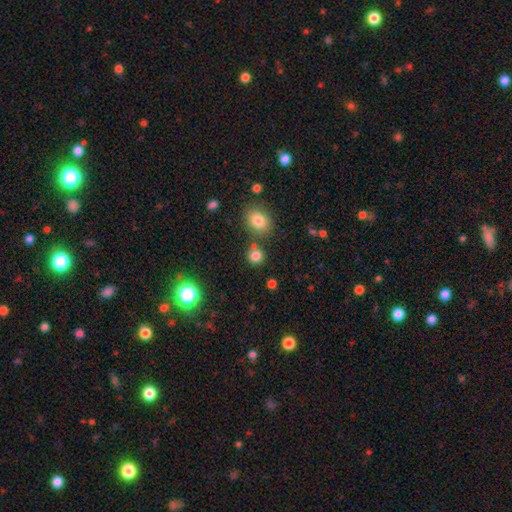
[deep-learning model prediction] A smooth galaxy with no disk features (80%) that is round (87%). Merging: none (74%).